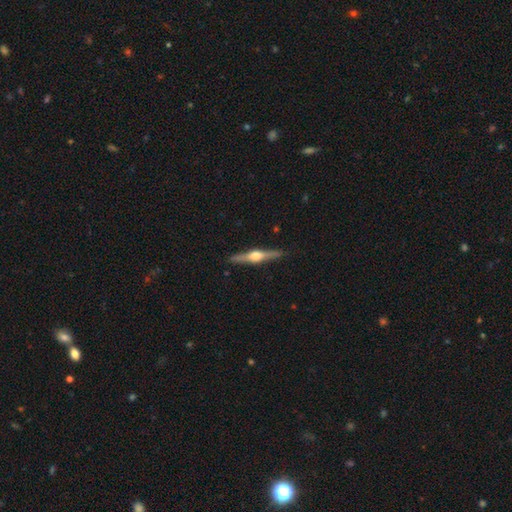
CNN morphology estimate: Overall: featured or disk (78%). Edge-on disk: yes (98%). Edge-on bulge: rounded (95%). Merging: none (91%).